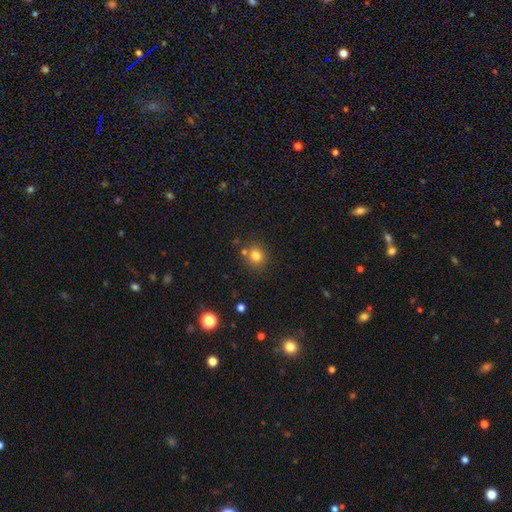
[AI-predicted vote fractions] A smooth galaxy with no disk features (80%) that is round (88%).

Vote fractions:
- Smooth or featured? smooth: 80% / star or artifact: 14% / featured or disk: 7%
- How rounded? round: 88% / in between: 11% / cigar-shaped: 1%
- Merging? none: 76% / merger: 11% / minor disturbance: 10% / major disturbance: 3%